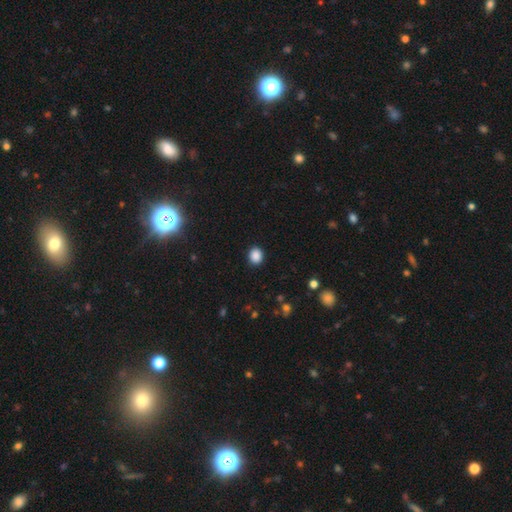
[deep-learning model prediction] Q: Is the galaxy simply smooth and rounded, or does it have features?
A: smooth — 88%.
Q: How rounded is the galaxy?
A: round — 68%.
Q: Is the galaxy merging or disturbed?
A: none — 90%.